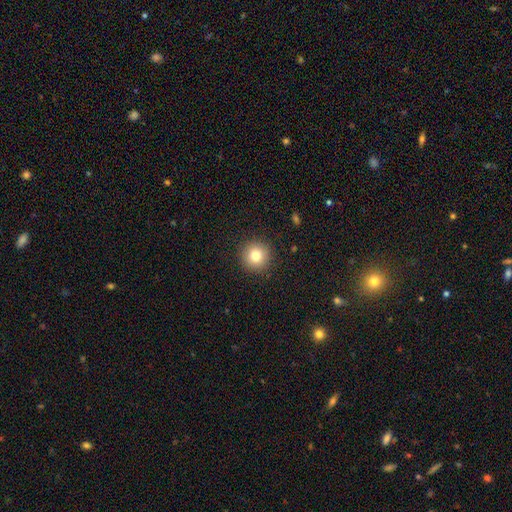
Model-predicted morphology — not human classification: smooth-or-featured: smooth: 80% | star or artifact: 11% | featured or disk: 9%
  how-rounded: round: 94% | in between: 5% | cigar-shaped: 1%
  merging: none: 91% | minor disturbance: 6% | major disturbance: 2% | merger: 1%